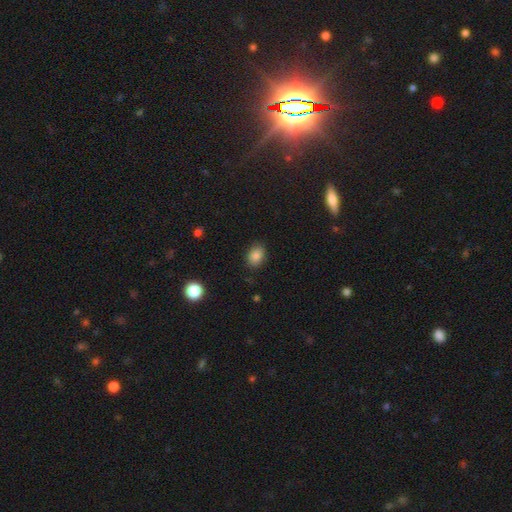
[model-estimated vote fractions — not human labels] A smooth galaxy with no disk features (85%) that is in between round and cigar-shaped (69%). Merging: none (86%).